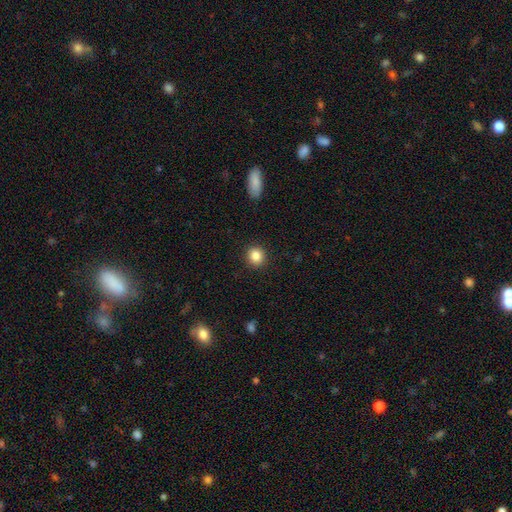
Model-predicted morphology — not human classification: This appears to be a smooth galaxy with no disk features (86%) that is round (88%). Merging: none (92%).